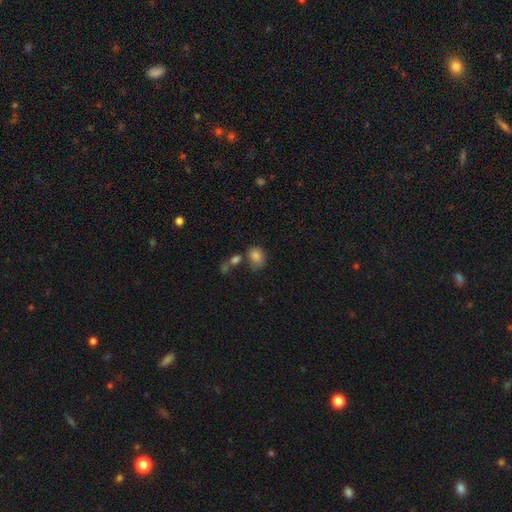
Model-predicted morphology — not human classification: smooth 83%, star or artifact 10%, featured or disk 8%. Down the decision tree: how rounded — in between (66%); merging — none (52%).